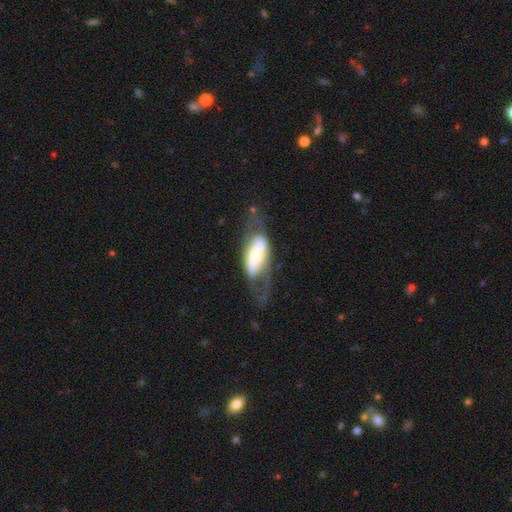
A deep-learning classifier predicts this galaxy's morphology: A featured or disk galaxy (60%) with no bar (64%), no spiral arms (59%) and a moderate central bulge (50%). Merging: none (38%).